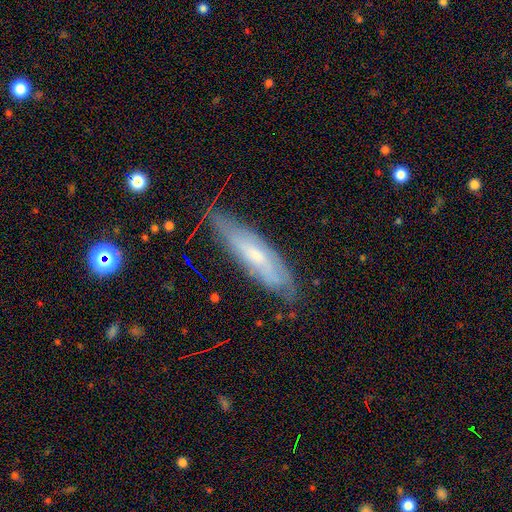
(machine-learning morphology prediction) smooth_or_featured: featured or disk (p=0.54) [alt: smooth p=0.38]
disk_edge_on: no (p=0.54) [alt: yes p=0.46]
merging: none (p=0.71) [alt: minor disturbance p=0.23]